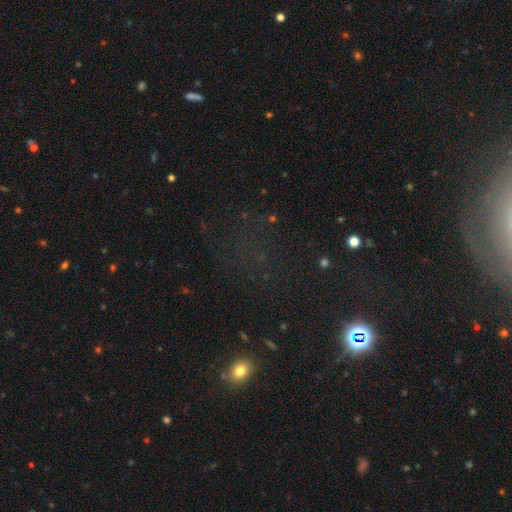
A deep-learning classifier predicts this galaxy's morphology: Smooth or featured?
  - star or artifact: 53% *
  - smooth: 28%
  - featured or disk: 19%